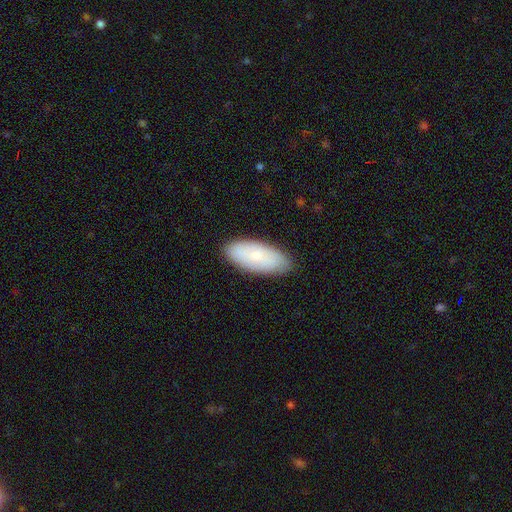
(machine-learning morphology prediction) smooth 72%, featured or disk 22%, star or artifact 6%. Down the decision tree: how rounded — in between (86%); merging — none (85%).